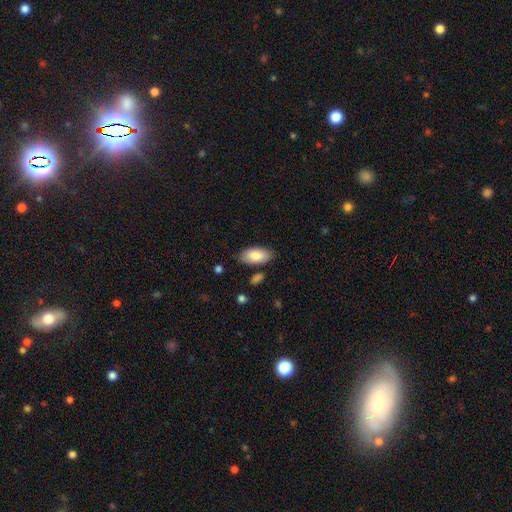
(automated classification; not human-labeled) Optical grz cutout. It shows a smooth galaxy with no disk features (86%) that is in between round and cigar-shaped (93%). Merging: none (81%).